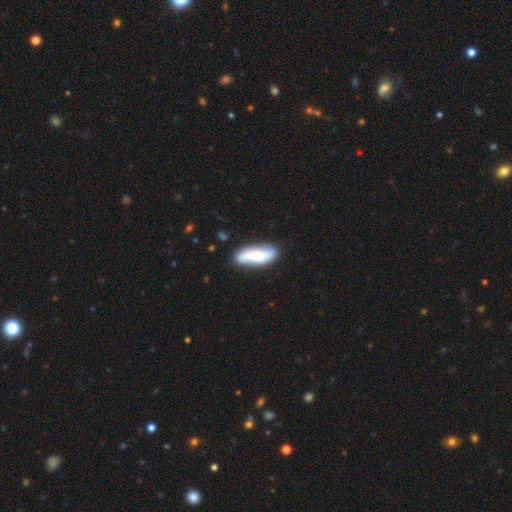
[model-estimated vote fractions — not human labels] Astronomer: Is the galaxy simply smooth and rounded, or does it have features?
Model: smooth — 68%.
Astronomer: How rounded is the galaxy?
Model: in between — 50% (runner-up: cigar-shaped, 48%).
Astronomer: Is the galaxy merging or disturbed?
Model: none — 75%.